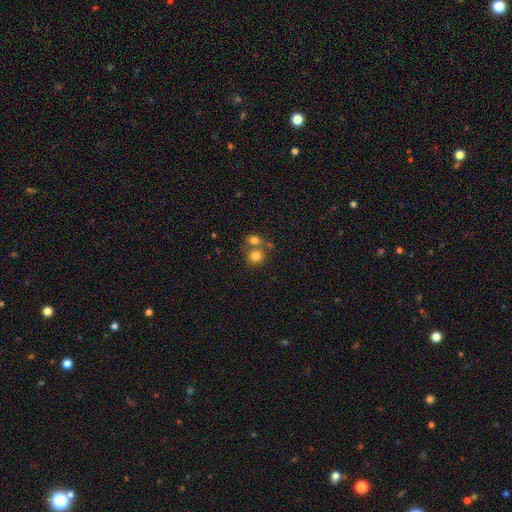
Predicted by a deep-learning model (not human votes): Smooth or featured?
  - smooth: 78% *
  - star or artifact: 12%
  - featured or disk: 9%
How rounded?
  - round: 81% *
  - in between: 18%
  - cigar-shaped: 1%
Merging?
  - none: 47% *
  - merger: 42%
  - minor disturbance: 8%
  - major disturbance: 3%